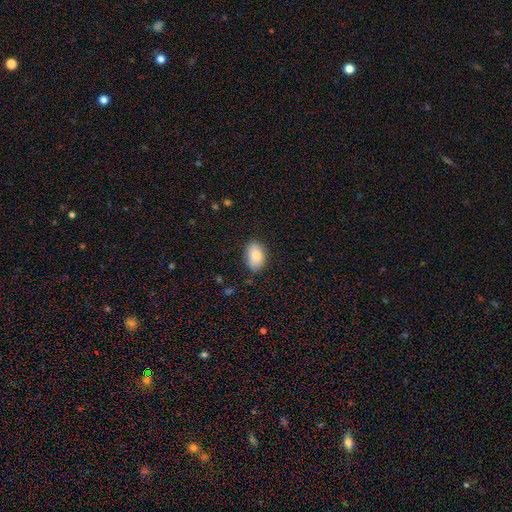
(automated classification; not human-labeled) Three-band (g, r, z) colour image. It shows a smooth galaxy with no disk features (83%) that is in between round and cigar-shaped (88%). Merging: none (82%).